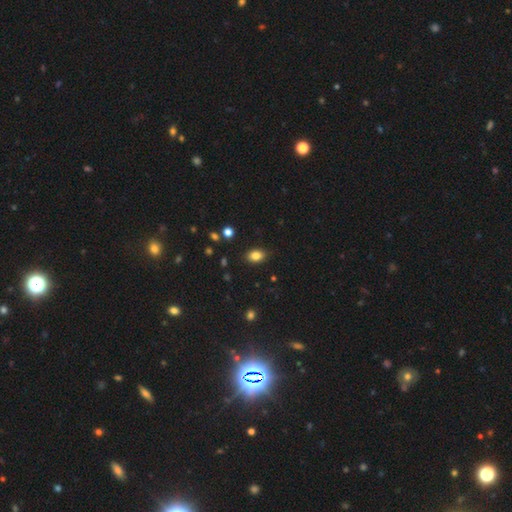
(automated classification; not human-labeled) Morphology: type=smooth (84%); roundness=in between (81%); merging=none (86%).